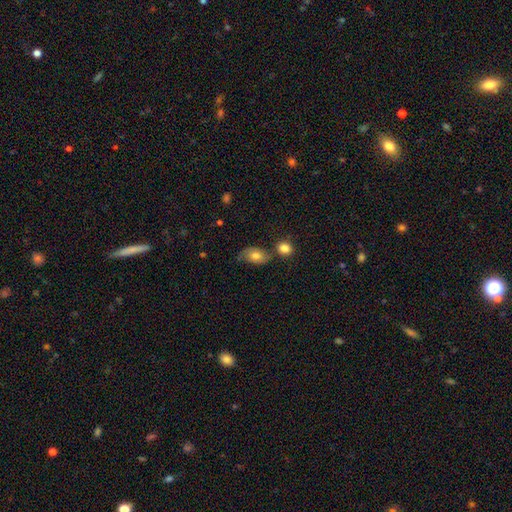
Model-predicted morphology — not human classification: Smooth or featured? smooth (68%)
How rounded? in between (81%)
Merging? none (50%)